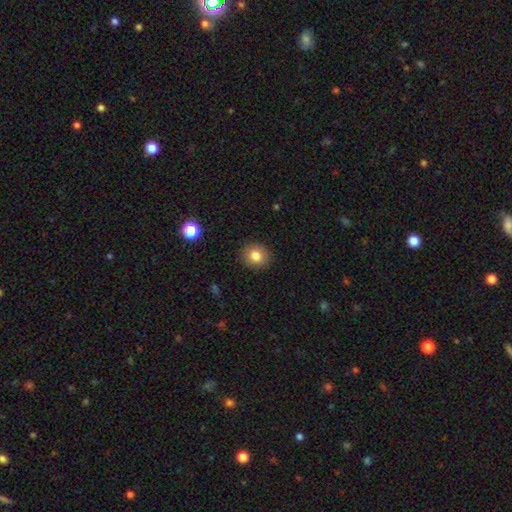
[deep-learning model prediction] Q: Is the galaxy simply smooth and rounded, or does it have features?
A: smooth — 82%.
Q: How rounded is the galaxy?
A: round — 75%.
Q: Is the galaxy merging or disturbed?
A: none — 90%.